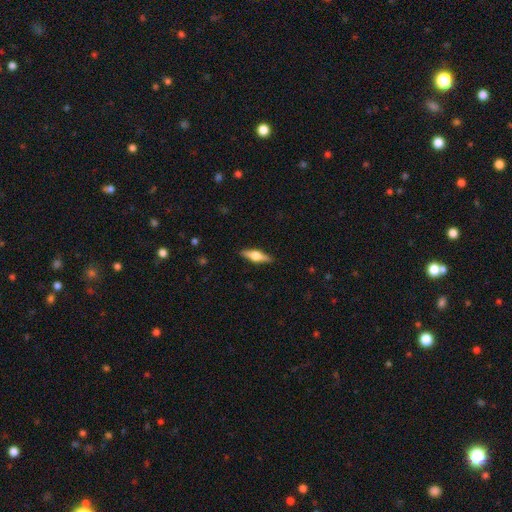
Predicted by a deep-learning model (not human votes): A featured or disk galaxy (57%) viewed edge-on (95%) with a rounded central bulge (93%).

Vote fractions:
- Smooth or featured? featured or disk: 57% / smooth: 38% / star or artifact: 6%
- Edge-on disk? yes: 95% / no: 5%
- Edge-on bulge? rounded: 93% / boxy: 5% / none: 2%
- Merging? none: 89% / minor disturbance: 8% / major disturbance: 2% / merger: 1%